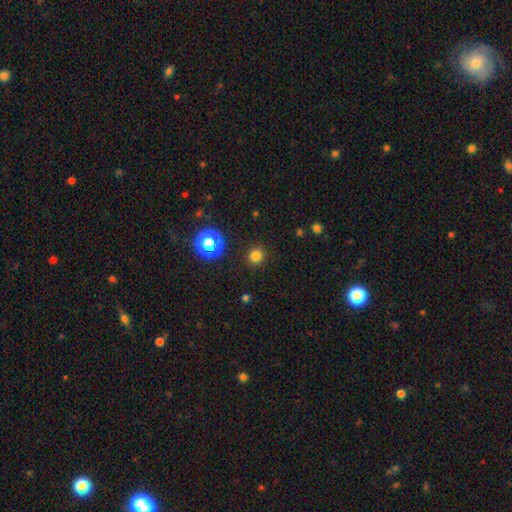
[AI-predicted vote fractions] Smooth or featured? Predicted: smooth (p=0.79). How rounded? Predicted: round (p=0.92). Merging? Predicted: none (p=0.91).